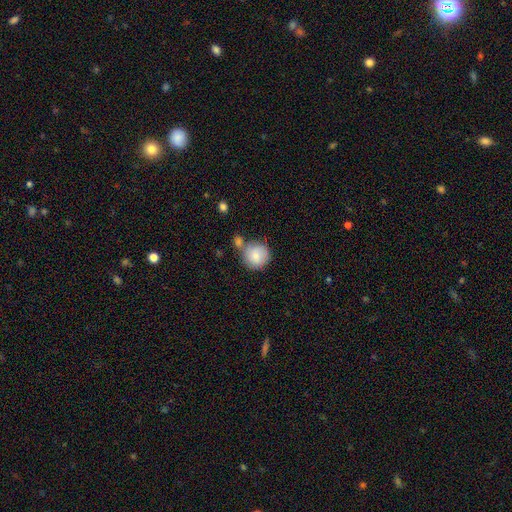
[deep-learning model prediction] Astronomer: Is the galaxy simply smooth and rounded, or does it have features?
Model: smooth — 76%.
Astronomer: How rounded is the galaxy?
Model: round — 92%.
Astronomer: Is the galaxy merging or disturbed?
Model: none — 55%.